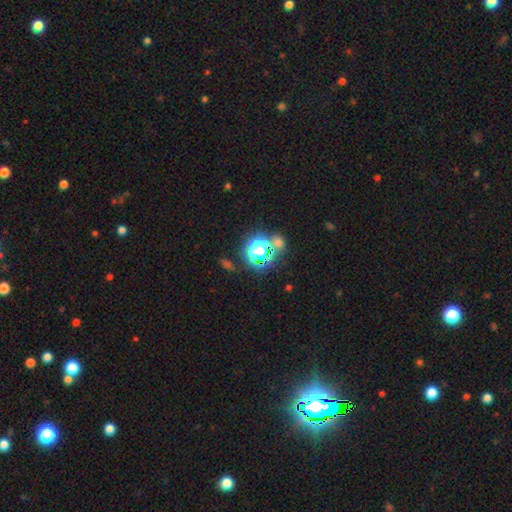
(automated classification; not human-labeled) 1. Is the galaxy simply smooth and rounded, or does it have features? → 59% star or artifact, 31% smooth, 10% featured or disk.